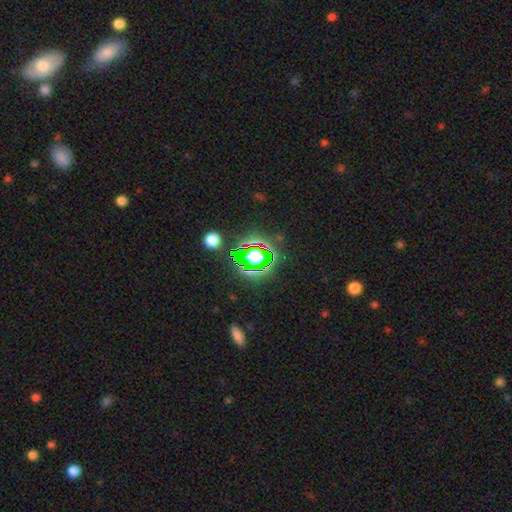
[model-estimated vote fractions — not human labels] The model was most divided on "smooth or featured": star or artifact: 67%, smooth: 19%, featured or disk: 14%.